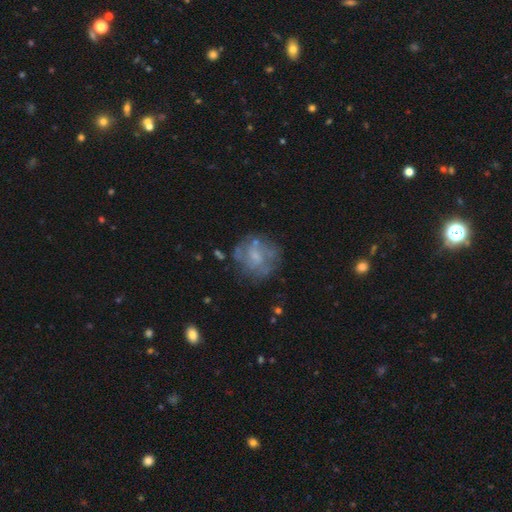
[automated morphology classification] A featured or disk galaxy (55%) with no bar (65%), no spiral arms (56%) and a small central bulge (43%).

Vote fractions:
- Smooth or featured? featured or disk: 55% / smooth: 34% / star or artifact: 10%
- Edge-on disk? no: 97% / yes: 3%
- Bar? no: 65% / weak: 30% / strong: 5%
- Spiral arms? no: 56% / yes: 44%
- Bulge size? small: 43% / moderate: 31% / none: 22% / large: 3% / dominant: 1%
- Merging? none: 65% / minor disturbance: 19% / major disturbance: 12% / merger: 4%